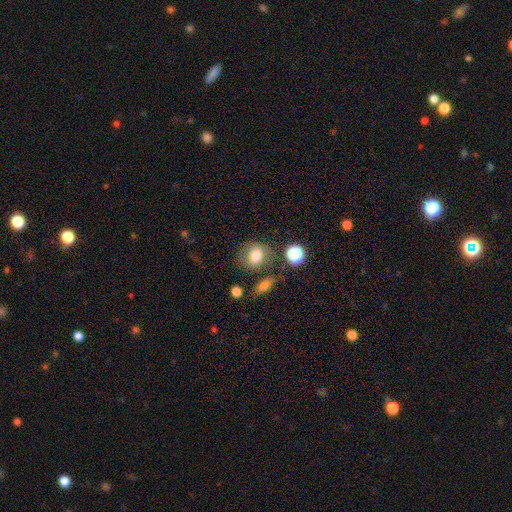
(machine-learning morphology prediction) smooth 76%, featured or disk 12%, star or artifact 12%. Down the decision tree: how rounded — round (64%); merging — none (66%).